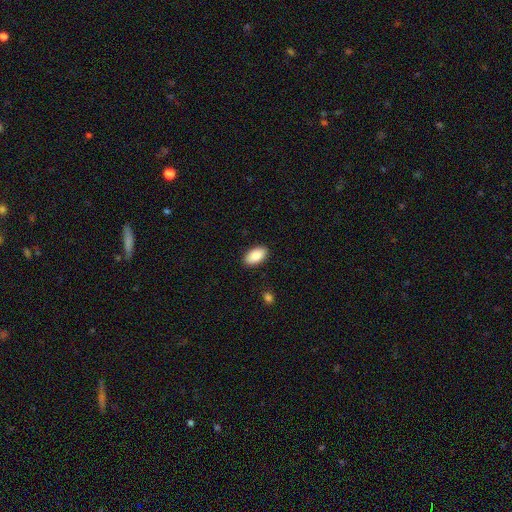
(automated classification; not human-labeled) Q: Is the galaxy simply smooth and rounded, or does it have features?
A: smooth — 90%.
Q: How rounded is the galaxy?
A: in between — 95%.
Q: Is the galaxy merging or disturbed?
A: none — 89%.